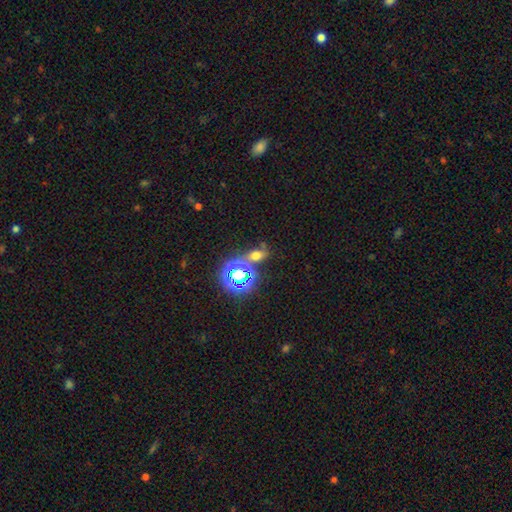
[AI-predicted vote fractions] A smooth galaxy with no disk features (48%).

Vote fractions:
- Smooth or featured? smooth: 48% / star or artifact: 37% / featured or disk: 15%
- Merging? none: 59% / merger: 20% / minor disturbance: 14% / major disturbance: 7%